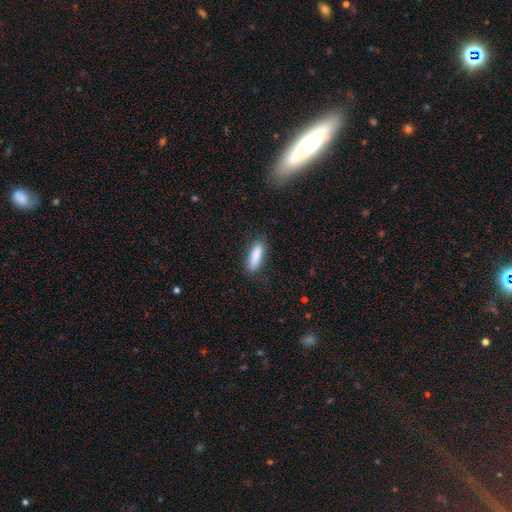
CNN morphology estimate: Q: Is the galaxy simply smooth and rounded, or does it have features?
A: smooth — 86%.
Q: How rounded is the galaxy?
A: in between — 51%.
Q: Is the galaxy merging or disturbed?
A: none — 81%.